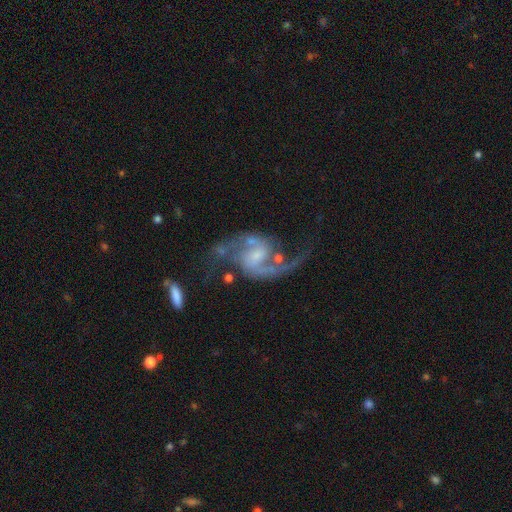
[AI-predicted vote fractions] featured or disk 91%, star or artifact 5%, smooth 4%. Down the decision tree: edge-on disk — no (98%); bar — weak (48%); spiral arms — yes (98%); spiral arm count — 2 (94%); spiral winding — loose (56%); bulge size — small (45%); merging — none (64%).